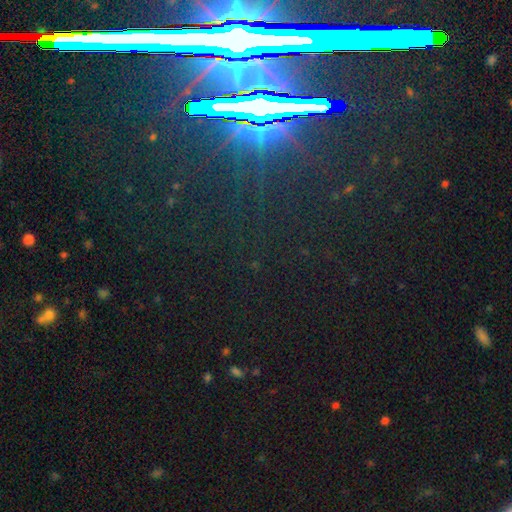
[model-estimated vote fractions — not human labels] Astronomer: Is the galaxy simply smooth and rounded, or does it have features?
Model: star or artifact — 76%.